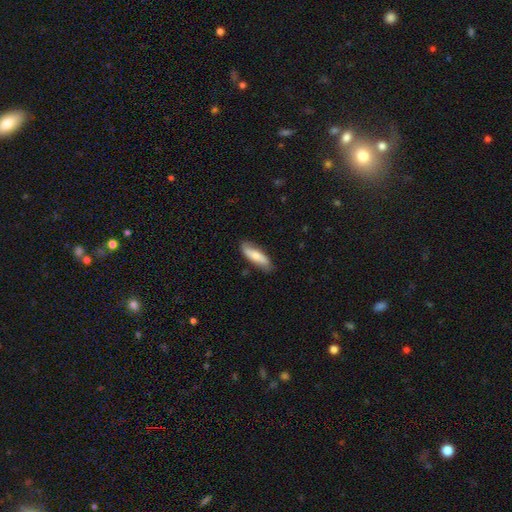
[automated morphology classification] smooth 63%, featured or disk 32%, star or artifact 6%. Down the decision tree: how rounded — cigar-shaped (50%); merging — none (77%).